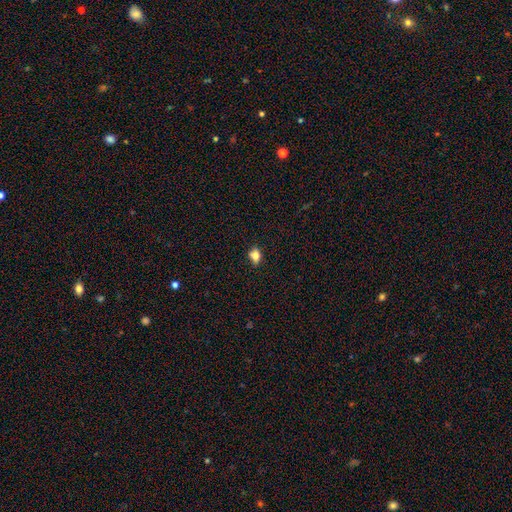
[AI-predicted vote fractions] smooth 76%, star or artifact 12%, featured or disk 12%. Down the decision tree: how rounded — in between (68%); merging — none (68%).